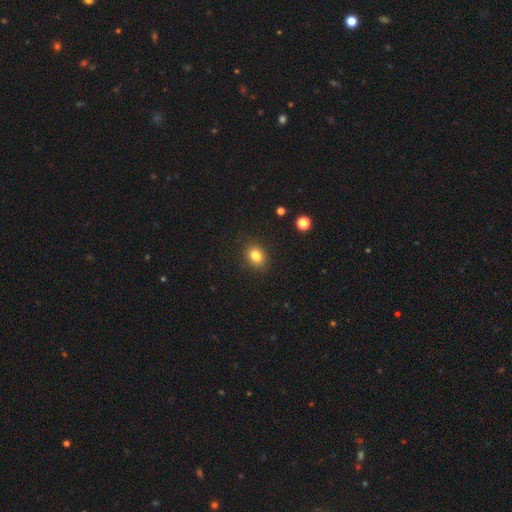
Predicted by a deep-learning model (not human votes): This appears to be a smooth galaxy with no disk features (83%) that is round (54%). Merging: none (88%).